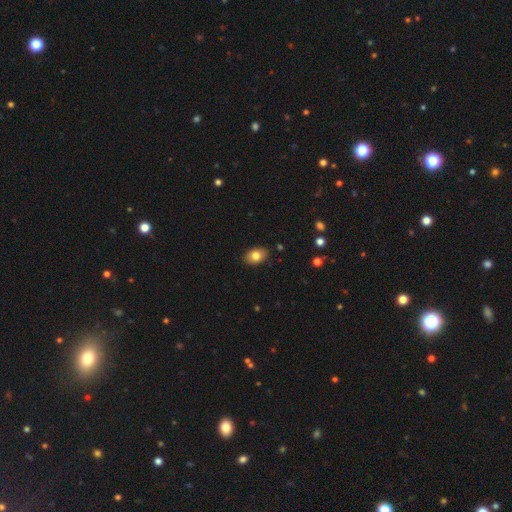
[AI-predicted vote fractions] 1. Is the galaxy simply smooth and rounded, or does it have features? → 81% smooth, 11% featured or disk, 8% star or artifact.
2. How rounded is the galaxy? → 84% in between, 15% round, 1% cigar-shaped.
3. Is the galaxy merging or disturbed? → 87% none, 10% minor disturbance, 2% major disturbance, 1% merger.